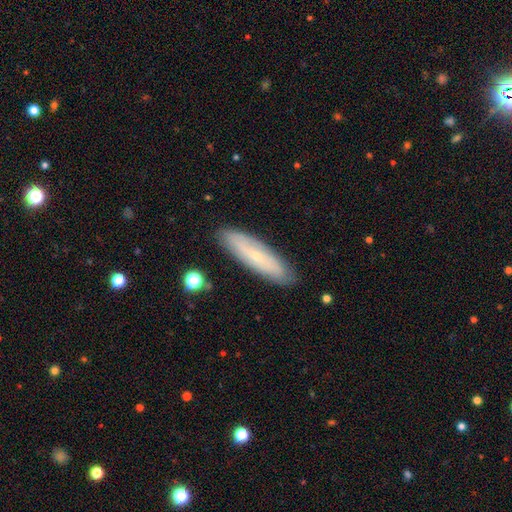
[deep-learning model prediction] The model was most divided on "smooth or featured": featured or disk: 51%, smooth: 43%, star or artifact: 7%. More confident: merging — none (87%); edge-on disk — no (57%).